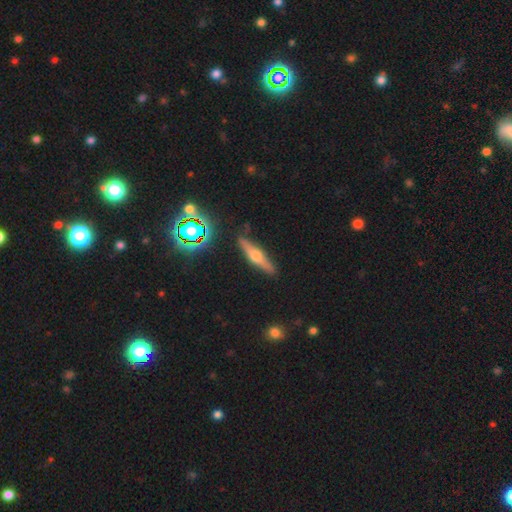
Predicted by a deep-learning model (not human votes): Morphology: type=featured or disk (64%); edge-on=yes (95%); edge-on bulge=rounded (94%); merging=none (88%).